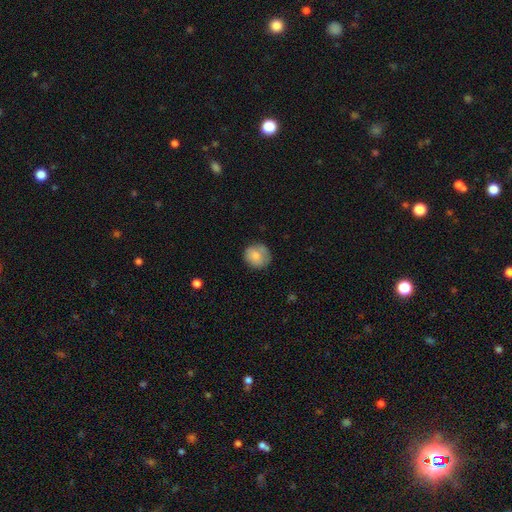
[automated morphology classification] Smooth or featured? smooth (79%)
How rounded? round (88%)
Merging? none (75%)